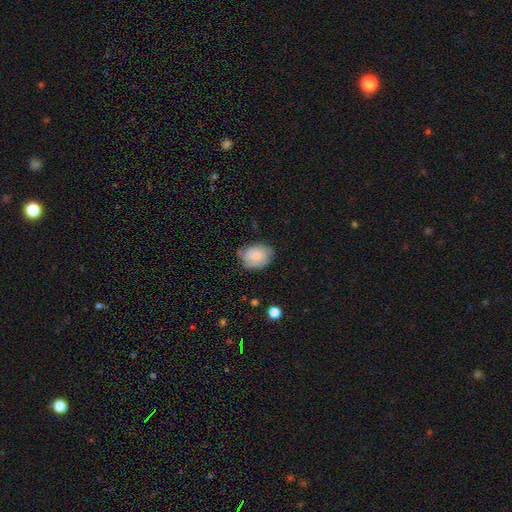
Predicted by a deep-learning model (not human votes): smooth 65%, featured or disk 28%, star or artifact 7%. Down the decision tree: how rounded — in between (52%); merging — none (67%).